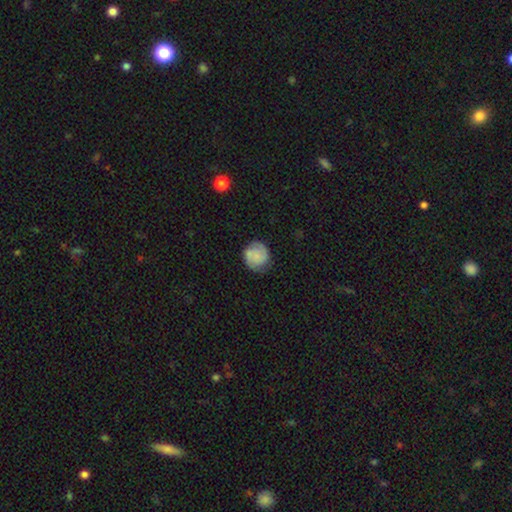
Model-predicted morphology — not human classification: This is possibly a smooth galaxy (52%). How rounded: clearly round (85%). Merging: likely none (72%).